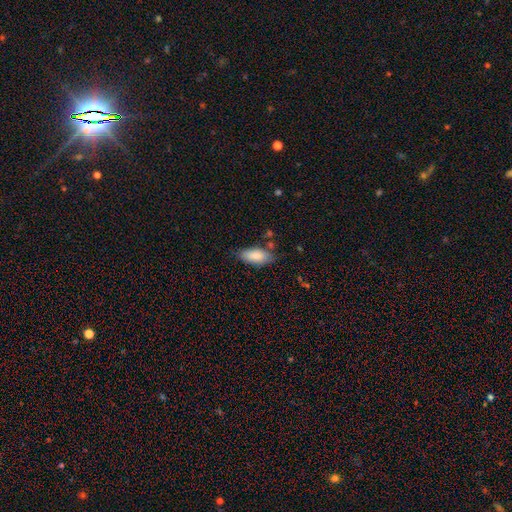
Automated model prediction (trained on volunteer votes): Smooth or featured? smooth (86%)
How rounded? in between (86%)
Merging? none (72%)